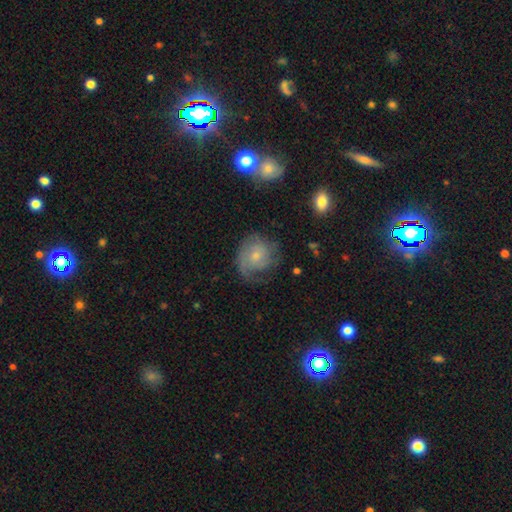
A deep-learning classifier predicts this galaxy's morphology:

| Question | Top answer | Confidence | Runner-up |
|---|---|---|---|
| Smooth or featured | featured or disk | 61% | smooth (30%) |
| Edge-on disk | no | 98% | yes (2%) |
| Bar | no | 78% | weak (19%) |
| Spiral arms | yes | 85% | no (15%) |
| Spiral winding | tight | 44% | medium (35%) |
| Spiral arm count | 1 | 30% | can't tell (28%) |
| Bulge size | small | 66% | moderate (28%) |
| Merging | none | 53% | minor disturbance (24%) |